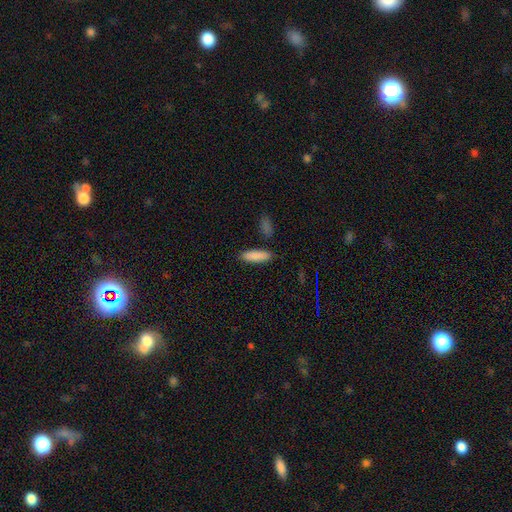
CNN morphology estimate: This appears to be a smooth galaxy with no disk features (88%) that is cigar-shaped (56%). Merging: none (84%).